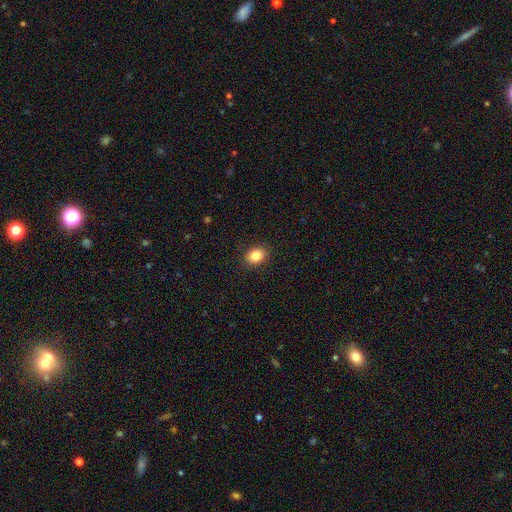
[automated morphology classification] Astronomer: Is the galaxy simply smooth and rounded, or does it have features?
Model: smooth — 86%.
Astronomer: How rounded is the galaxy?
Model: in between — 62% (runner-up: round, 37%).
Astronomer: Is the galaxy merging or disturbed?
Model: none — 89%.